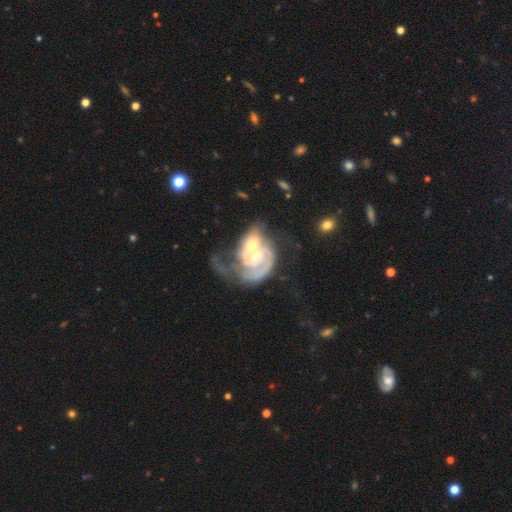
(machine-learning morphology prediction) featured or disk 78%, smooth 16%, star or artifact 6%. Down the decision tree: edge-on disk — no (97%); bar — no (72%); spiral arms — yes (80%); spiral arm count — 2 (40%); spiral winding — tight (39%); bulge size — moderate (48%); merging — merger (68%).